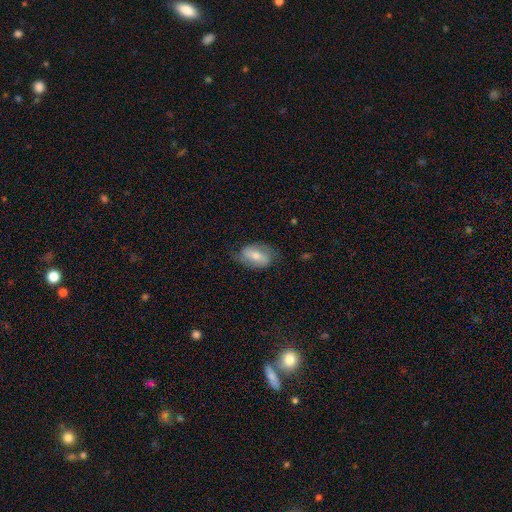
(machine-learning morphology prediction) A featured or disk galaxy (48%). Merging: none (67%).